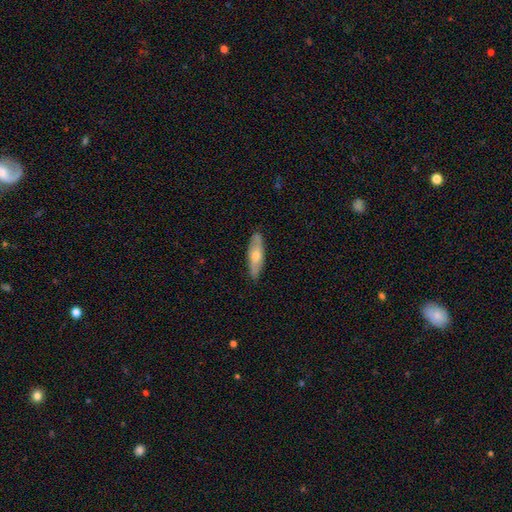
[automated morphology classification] type=smooth (50%); roundness=cigar-shaped (52%); merging=none (87%).